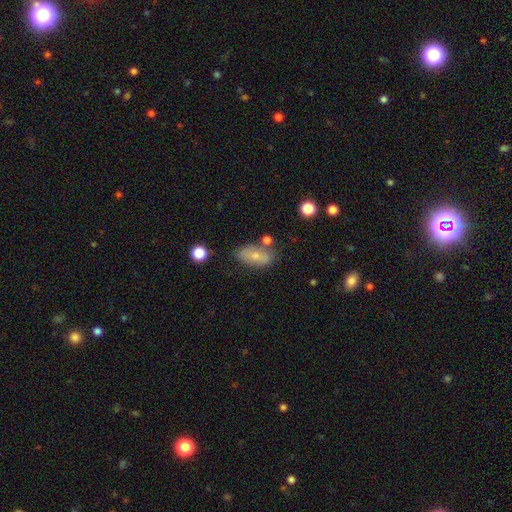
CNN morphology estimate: Smooth or featured?
  - smooth: 65% *
  - featured or disk: 27%
  - star or artifact: 8%
How rounded?
  - in between: 88% *
  - round: 7%
  - cigar-shaped: 6%
Merging?
  - none: 68% *
  - minor disturbance: 18%
  - merger: 10%
  - major disturbance: 5%